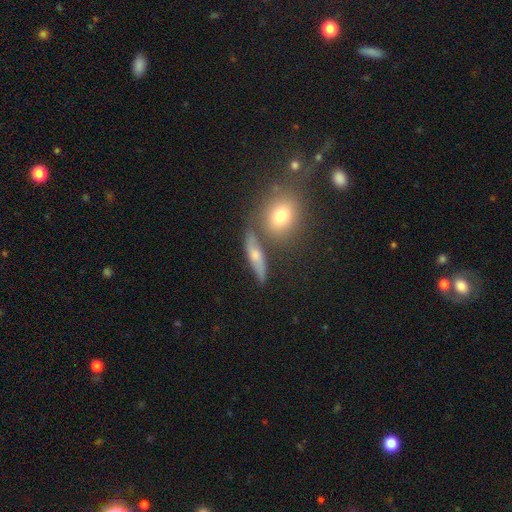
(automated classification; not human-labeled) The model was most divided on "smooth or featured": smooth: 49%, featured or disk: 39%, star or artifact: 12%. More confident: merging — none (62%).